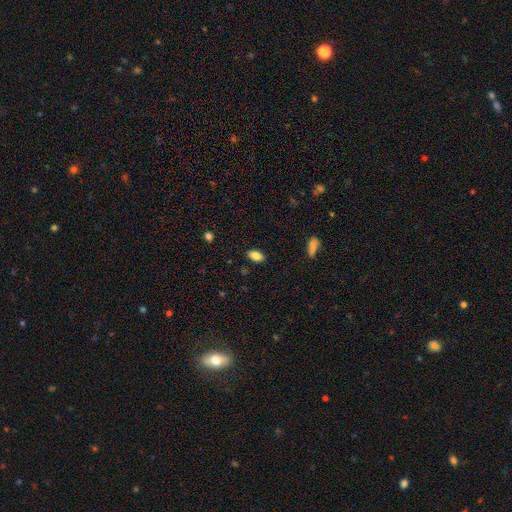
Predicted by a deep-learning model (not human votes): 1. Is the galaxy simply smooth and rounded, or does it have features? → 83% smooth, 8% star or artifact, 8% featured or disk.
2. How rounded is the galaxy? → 90% in between, 6% round, 4% cigar-shaped.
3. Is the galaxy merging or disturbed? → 87% none, 10% minor disturbance, 2% major disturbance, 1% merger.